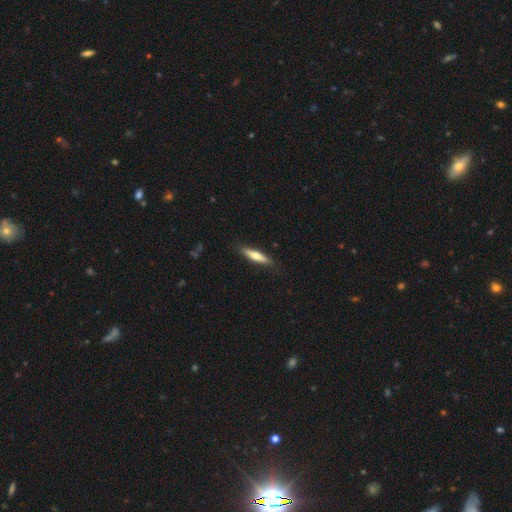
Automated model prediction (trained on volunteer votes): smooth 58%, featured or disk 37%, star or artifact 5%. Down the decision tree: how rounded — cigar-shaped (81%); merging — none (87%).